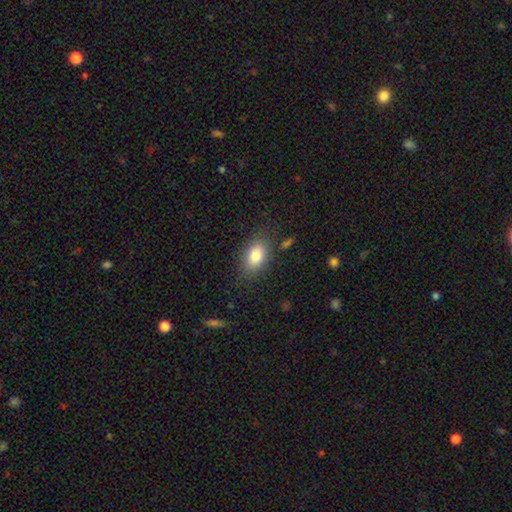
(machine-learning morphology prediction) A smooth galaxy with no disk features (83%) that is in between round and cigar-shaped (87%). Merging: none (80%).